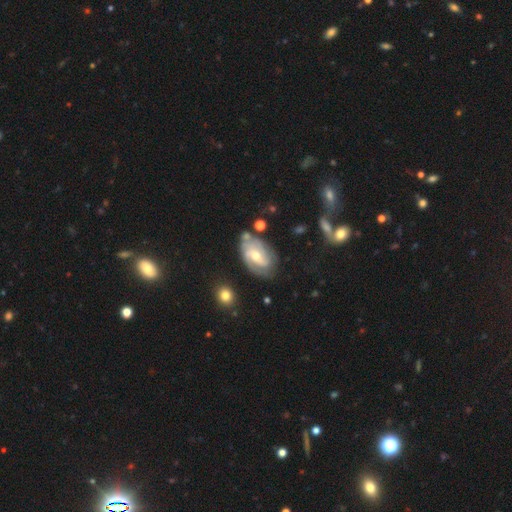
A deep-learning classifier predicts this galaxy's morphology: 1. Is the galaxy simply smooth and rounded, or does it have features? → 81% featured or disk, 14% smooth, 6% star or artifact.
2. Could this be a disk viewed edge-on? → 96% no, 4% yes.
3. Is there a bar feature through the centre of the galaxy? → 47% no, 41% weak, 11% strong.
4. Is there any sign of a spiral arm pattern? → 93% yes, 7% no.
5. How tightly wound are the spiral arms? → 49% tight, 38% medium, 13% loose.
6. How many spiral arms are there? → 36% 2, 25% can't tell, 25% 3, 6% 4, 5% 1, 3% more than 4.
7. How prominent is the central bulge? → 56% moderate, 40% small, 2% large, 1% none, 1% dominant.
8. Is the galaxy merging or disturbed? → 66% none, 21% minor disturbance, 8% major disturbance, 5% merger.